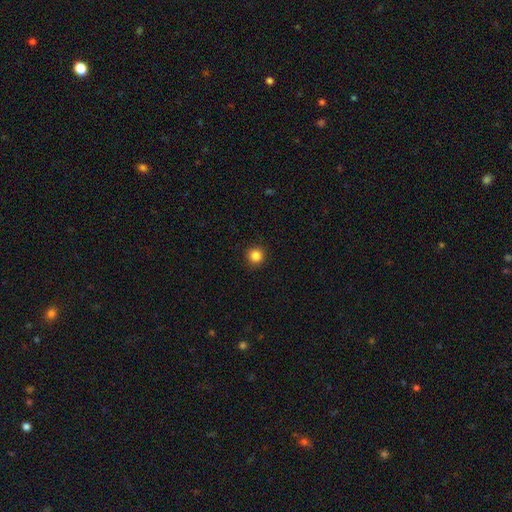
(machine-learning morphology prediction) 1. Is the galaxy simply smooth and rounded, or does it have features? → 85% smooth, 11% star or artifact, 4% featured or disk.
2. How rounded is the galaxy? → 94% round, 5% in between, 1% cigar-shaped.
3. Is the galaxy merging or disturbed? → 92% none, 5% minor disturbance, 2% major disturbance, 1% merger.